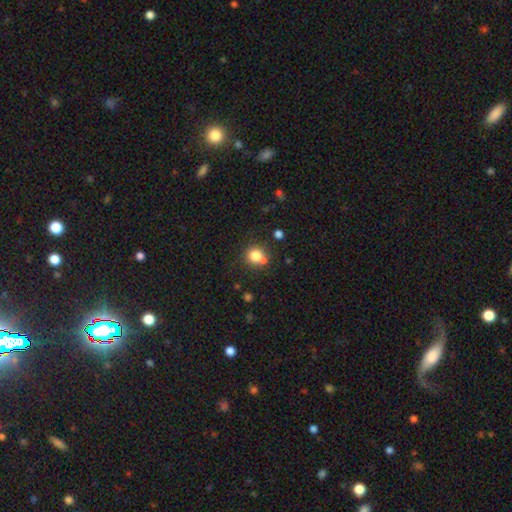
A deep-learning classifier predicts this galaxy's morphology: This is likely a smooth galaxy (78%). How rounded: clearly round (85%). Merging: possibly none (60%).